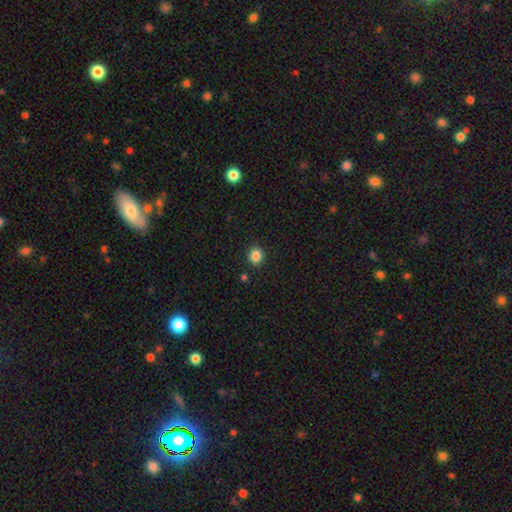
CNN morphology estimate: smooth 85%, star or artifact 11%, featured or disk 4%. Down the decision tree: how rounded — round (74%); merging — none (90%).